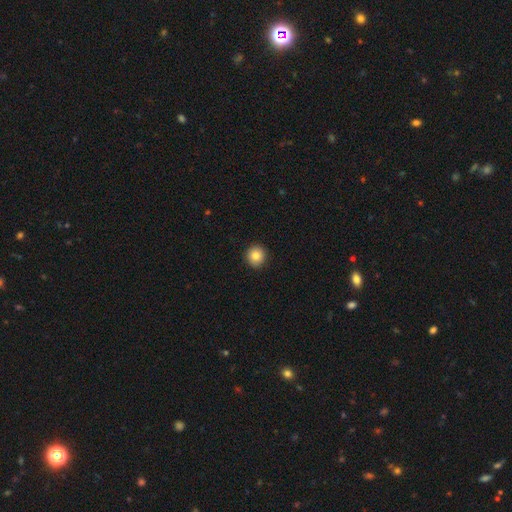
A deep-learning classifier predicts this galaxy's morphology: Smooth or featured: smooth — 83% (star or artifact — 10%)
How rounded: round — 94% (in between — 5%)
Merging: none — 93% (minor disturbance — 5%)